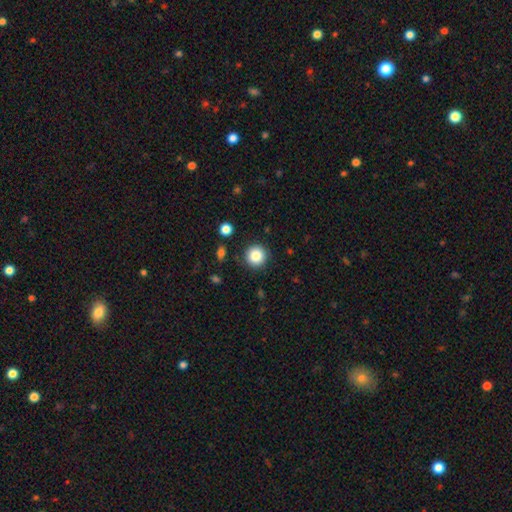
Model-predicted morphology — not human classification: Smooth or featured? smooth (84%)
How rounded? round (94%)
Merging? none (89%)